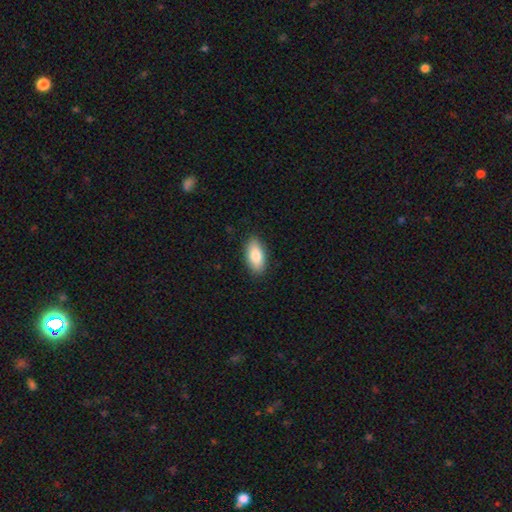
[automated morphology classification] Smooth or featured: smooth — 84% (featured or disk — 10%)
How rounded: in between — 90% (cigar-shaped — 7%)
Merging: none — 89% (minor disturbance — 9%)